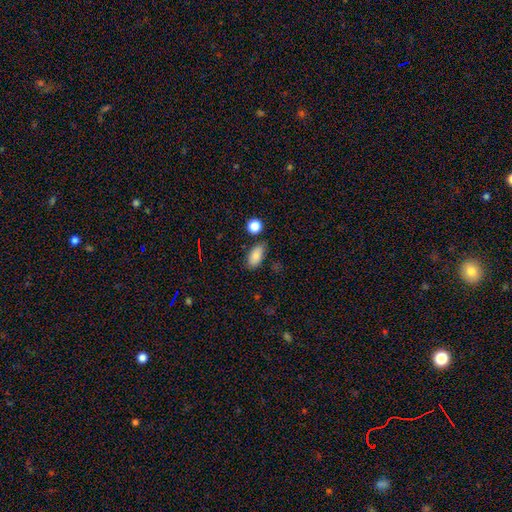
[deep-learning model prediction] smooth_or_featured: smooth (p=0.84) [alt: star or artifact p=0.09]
how_rounded: in between (p=0.89) [alt: round p=0.06]
merging: none (p=0.75) [alt: minor disturbance p=0.17]